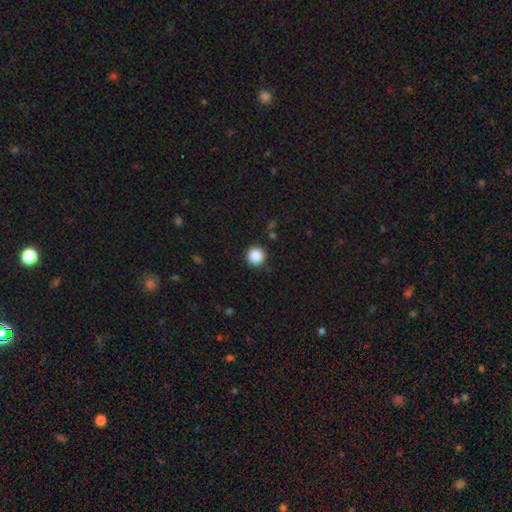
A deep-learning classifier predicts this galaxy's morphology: Smooth or featured?
  - smooth: 88% *
  - star or artifact: 10%
  - featured or disk: 3%
How rounded?
  - round: 95% *
  - in between: 4%
  - cigar-shaped: 1%
Merging?
  - none: 90% *
  - minor disturbance: 6%
  - major disturbance: 2%
  - merger: 1%